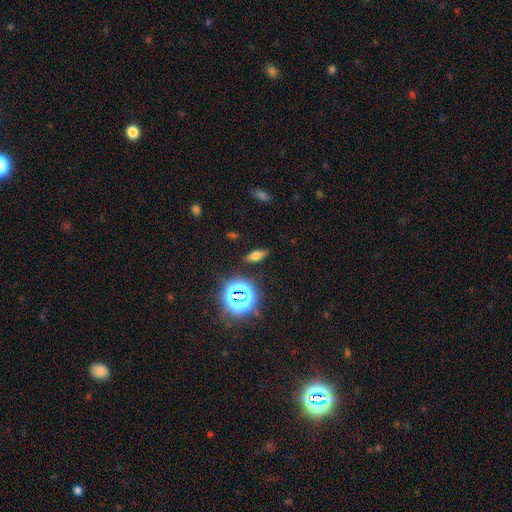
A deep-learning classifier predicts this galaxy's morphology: The model was most divided on "smooth or featured": smooth: 56%, star or artifact: 24%, featured or disk: 20%. More confident: merging — none (86%); how rounded — in between (68%).